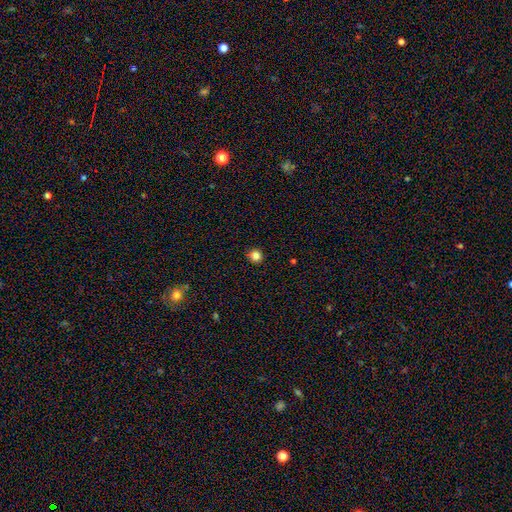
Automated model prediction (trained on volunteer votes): A smooth galaxy with no disk features (84%) that is round (92%).

Vote fractions:
- Smooth or featured? smooth: 84% / star or artifact: 12% / featured or disk: 4%
- How rounded? round: 92% / in between: 7% / cigar-shaped: 1%
- Merging? none: 93% / minor disturbance: 5% / major disturbance: 2% / merger: 1%